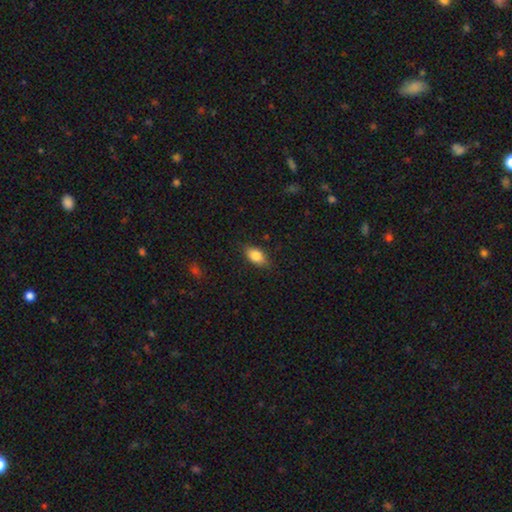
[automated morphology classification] Q: Smooth or featured?
A: smooth (84%); runner-up: featured or disk (9%)
Q: How rounded?
A: in between (88%); runner-up: round (8%)
Q: Merging?
A: none (83%); runner-up: minor disturbance (13%)